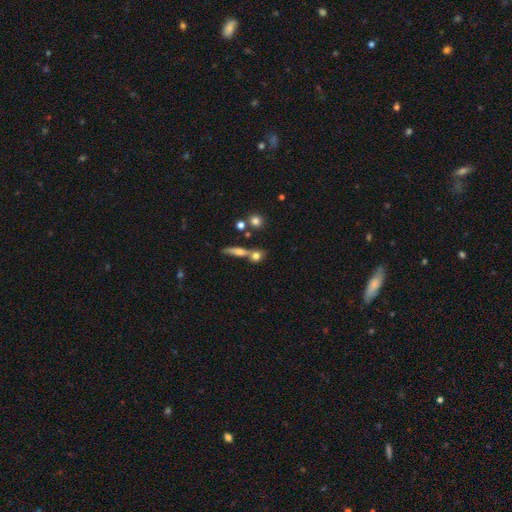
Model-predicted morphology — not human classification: This appears to be a smooth galaxy with no disk features (68%) that is round (54%). Merging: none (52%).